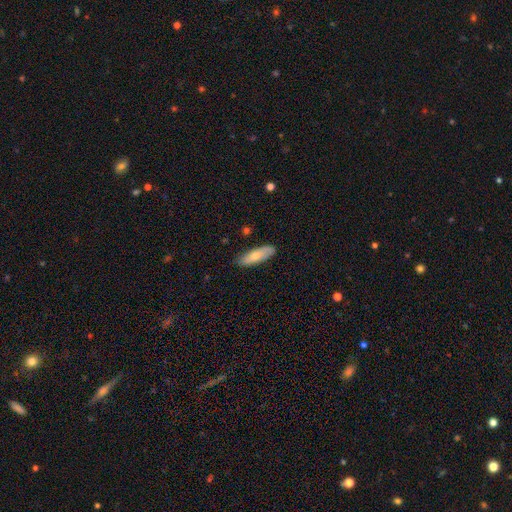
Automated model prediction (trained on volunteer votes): Overall: smooth (69%). How rounded: in between (51%; cigar-shaped 47%). Merging: none (82%).